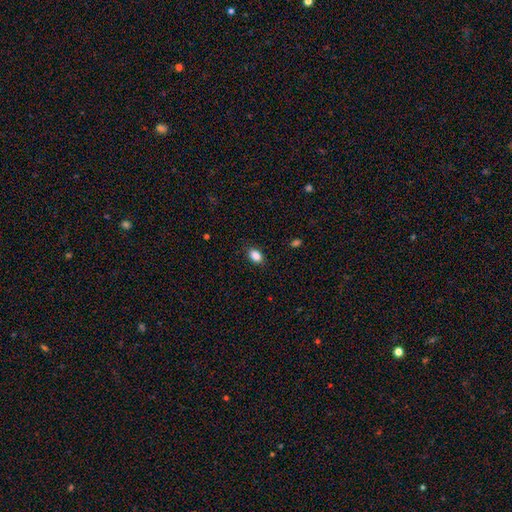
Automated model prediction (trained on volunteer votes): smooth_or_featured: smooth (p=0.87) [alt: star or artifact p=0.09]
how_rounded: in between (p=0.86) [alt: round p=0.12]
merging: none (p=0.87) [alt: minor disturbance p=0.10]